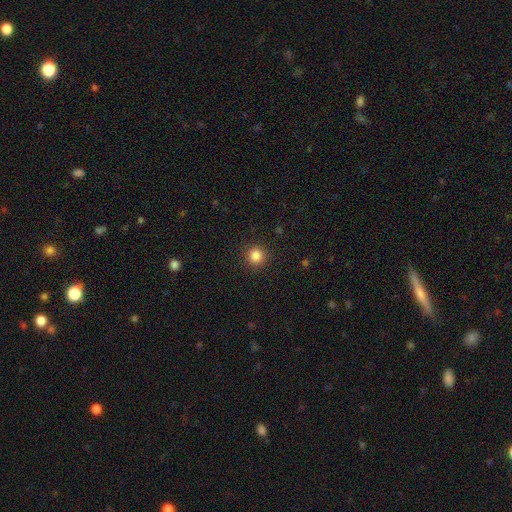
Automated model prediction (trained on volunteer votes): Smooth or featured?
  - smooth: 85% *
  - star or artifact: 11%
  - featured or disk: 4%
How rounded?
  - round: 94% *
  - in between: 5%
  - cigar-shaped: 1%
Merging?
  - none: 92% *
  - minor disturbance: 5%
  - major disturbance: 2%
  - merger: 1%